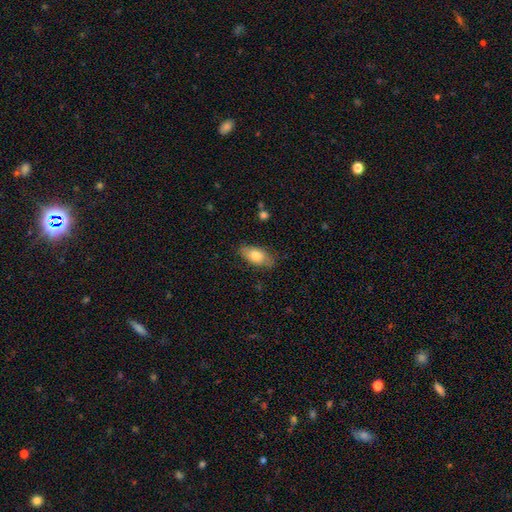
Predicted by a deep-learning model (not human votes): Smooth or featured: smooth — 77% (featured or disk — 16%)
How rounded: in between — 87% (cigar-shaped — 8%)
Merging: none — 78% (minor disturbance — 17%)